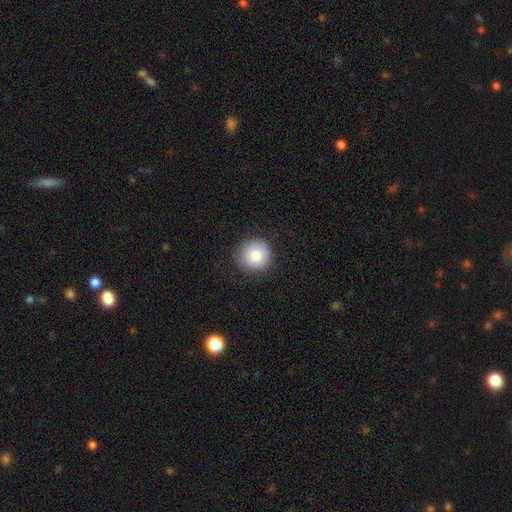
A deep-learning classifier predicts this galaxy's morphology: A smooth galaxy with no disk features (84%) that is round (94%). Merging: none (86%).